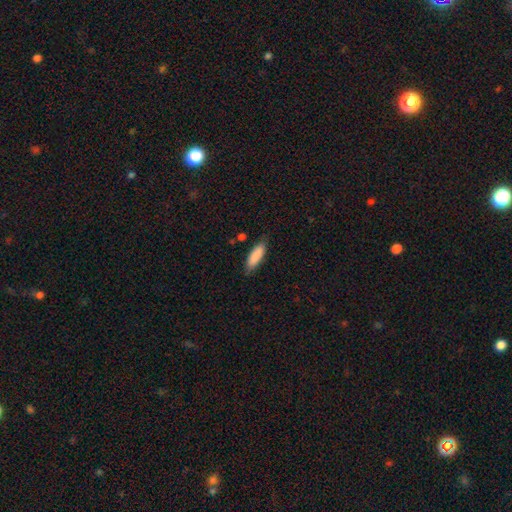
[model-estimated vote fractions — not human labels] smooth_or_featured: smooth (p=0.87) [alt: featured or disk p=0.07]
how_rounded: in between (p=0.50) [alt: cigar-shaped p=0.49]
merging: none (p=0.80) [alt: minor disturbance p=0.15]